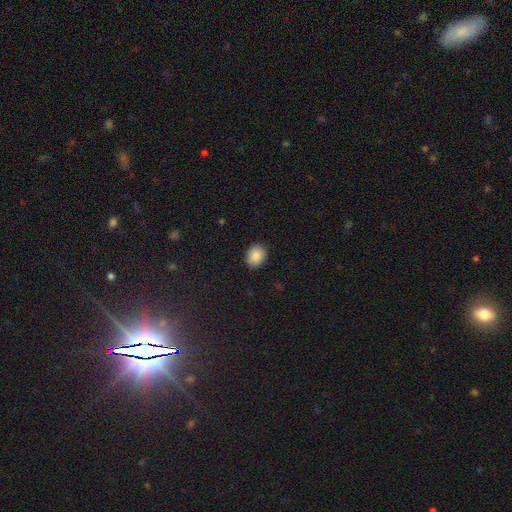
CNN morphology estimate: A smooth galaxy with no disk features (88%) that is in between round and cigar-shaped (55%).

Vote fractions:
- Smooth or featured? smooth: 88% / star or artifact: 8% / featured or disk: 4%
- How rounded? in between: 55% / round: 44% / cigar-shaped: 1%
- Merging? none: 89% / minor disturbance: 8% / major disturbance: 2% / merger: 1%